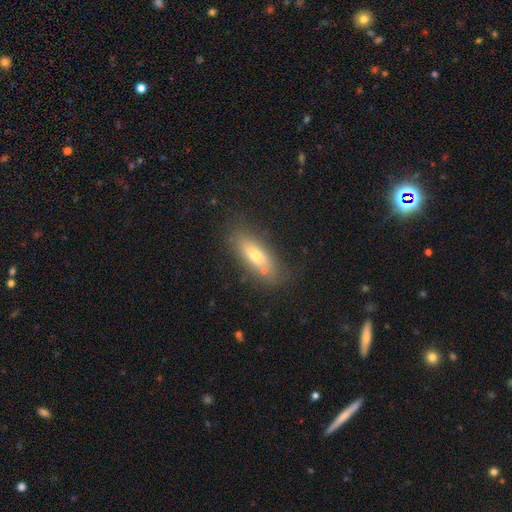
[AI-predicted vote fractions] Smooth or featured? smooth (59%)
How rounded? in between (57%)
Merging? none (73%)